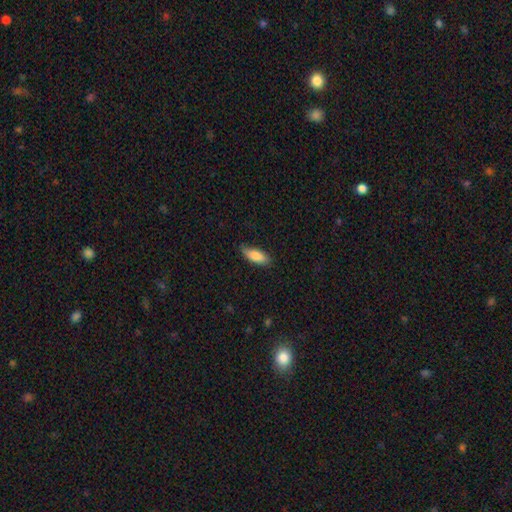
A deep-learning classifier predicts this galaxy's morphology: Q: Smooth or featured?
A: smooth (82%); runner-up: featured or disk (12%)
Q: How rounded?
A: in between (73%); runner-up: cigar-shaped (25%)
Q: Merging?
A: none (73%); runner-up: minor disturbance (22%)